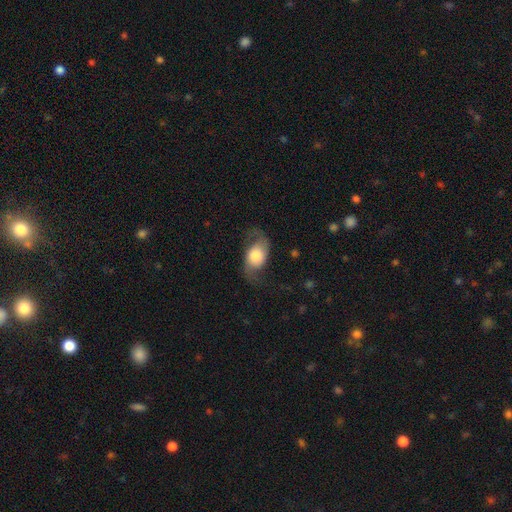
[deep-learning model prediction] A featured or disk galaxy (66%) with no bar (71%), 2 (92%) loose (74%) spiral arms (91%) and a large central bulge (44%). Merging: none (66%).